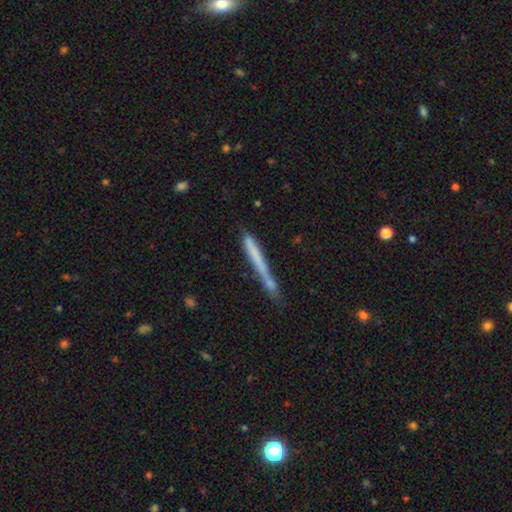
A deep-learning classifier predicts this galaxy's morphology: smooth-or-featured: smooth: 60% | featured or disk: 32% | star or artifact: 8%
  how-rounded: cigar-shaped: 96% | in between: 3% | round: 2%
  merging: none: 57% | minor disturbance: 20% | merger: 15% | major disturbance: 8%